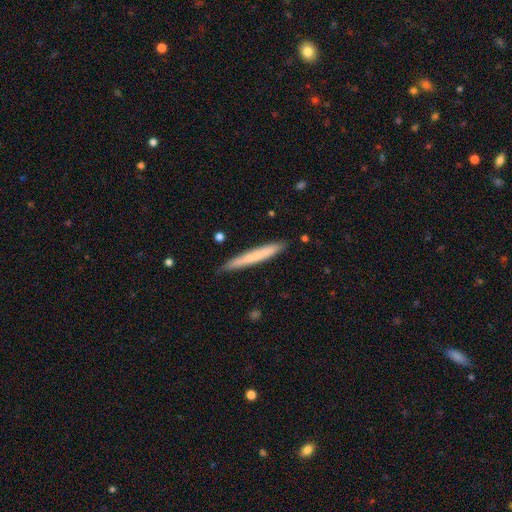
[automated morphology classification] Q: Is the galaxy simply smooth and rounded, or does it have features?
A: smooth — 66%.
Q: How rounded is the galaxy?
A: cigar-shaped — 96%.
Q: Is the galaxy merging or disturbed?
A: none — 87%.